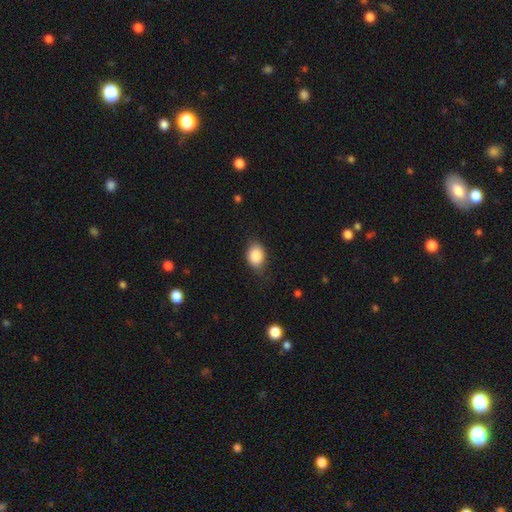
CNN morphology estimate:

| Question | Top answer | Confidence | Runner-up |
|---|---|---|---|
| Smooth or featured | smooth | 87% | star or artifact (8%) |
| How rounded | in between | 66% | round (32%) |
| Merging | none | 74% | minor disturbance (20%) |